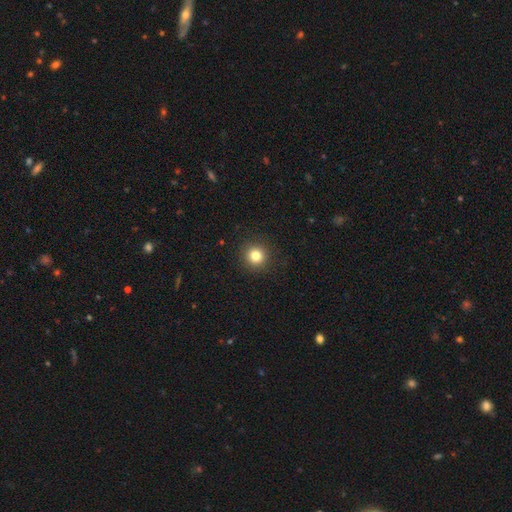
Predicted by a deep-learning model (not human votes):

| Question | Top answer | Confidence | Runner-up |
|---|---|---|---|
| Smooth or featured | smooth | 81% | star or artifact (12%) |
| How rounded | round | 95% | in between (4%) |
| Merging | none | 92% | minor disturbance (5%) |